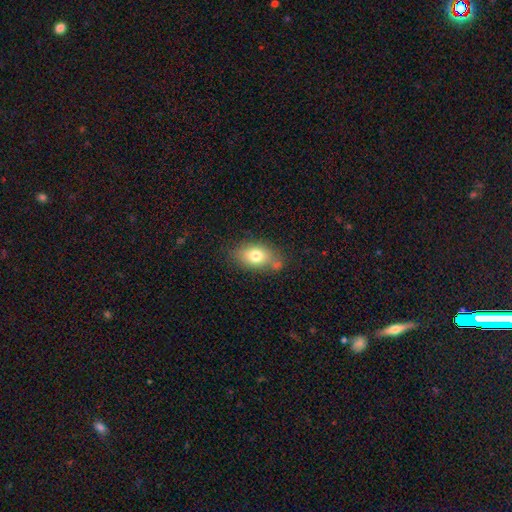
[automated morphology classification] Smooth or featured?
  - smooth: 77% *
  - featured or disk: 15%
  - star or artifact: 9%
How rounded?
  - in between: 85% *
  - round: 13%
  - cigar-shaped: 2%
Merging?
  - none: 67% *
  - minor disturbance: 19%
  - merger: 10%
  - major disturbance: 5%